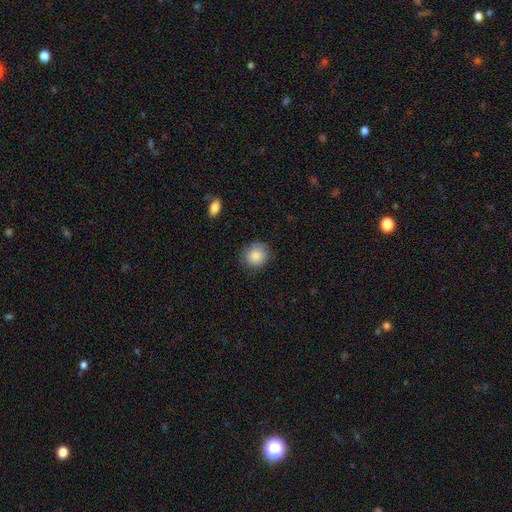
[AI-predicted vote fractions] A smooth galaxy with no disk features (86%) that is round (84%). Merging: none (80%).